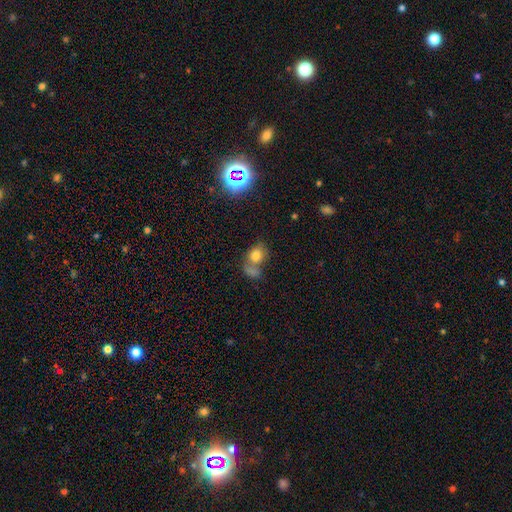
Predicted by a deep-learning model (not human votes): A smooth galaxy with no disk features (74%) that is round (53%).

Vote fractions:
- Smooth or featured? smooth: 74% / star or artifact: 14% / featured or disk: 12%
- How rounded? round: 53% / in between: 46% / cigar-shaped: 2%
- Merging? merger: 49% / none: 34% / minor disturbance: 10% / major disturbance: 7%